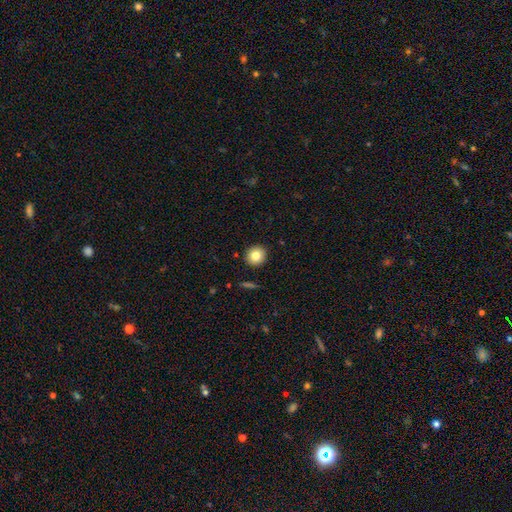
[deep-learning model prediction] smooth-or-featured: smooth: 81% | star or artifact: 9% | featured or disk: 9%
  how-rounded: round: 91% | in between: 8% | cigar-shaped: 1%
  merging: none: 92% | minor disturbance: 5% | major disturbance: 2% | merger: 1%